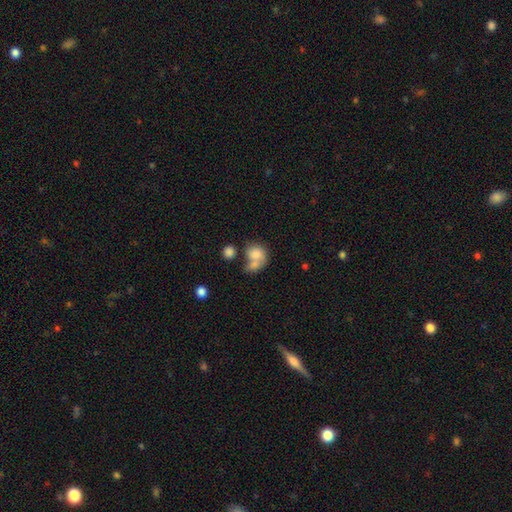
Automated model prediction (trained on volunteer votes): Smooth or featured? smooth (75%)
How rounded? round (52%)
Merging? merger (59%)